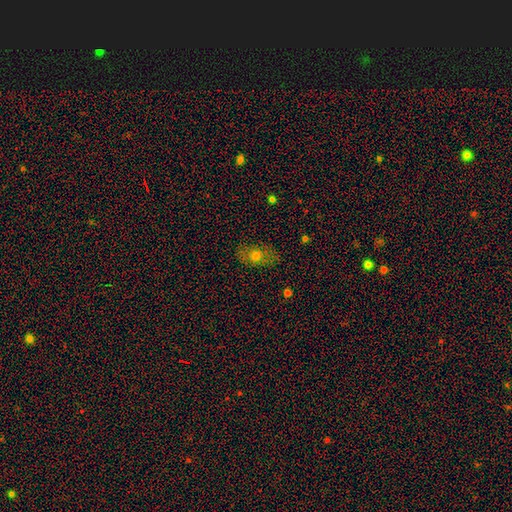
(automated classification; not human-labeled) This is likely a smooth galaxy (61%). How rounded: likely in between (77%). Merging: likely none (79%).